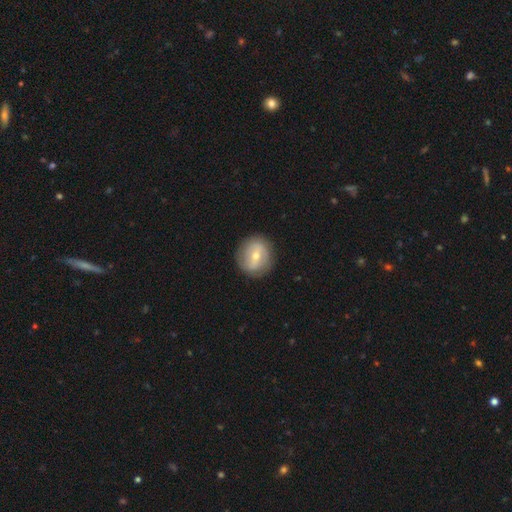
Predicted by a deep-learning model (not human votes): Q: Smooth or featured?
A: featured or disk (47%); runner-up: smooth (46%)
Q: Merging?
A: none (86%); runner-up: minor disturbance (10%)